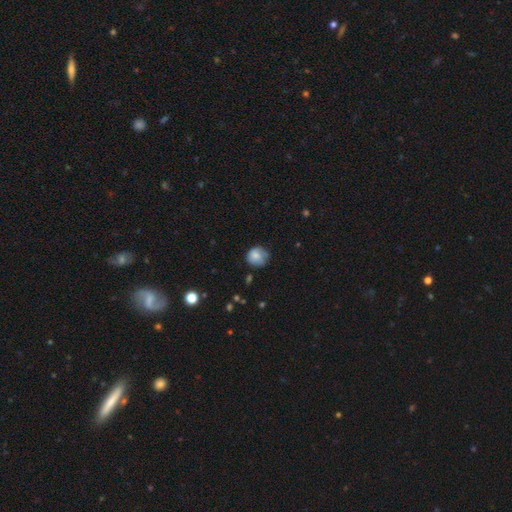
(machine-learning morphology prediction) smooth-or-featured: smooth: 80% | featured or disk: 12% | star or artifact: 8%
  how-rounded: round: 86% | in between: 13% | cigar-shaped: 1%
  merging: none: 68% | minor disturbance: 25% | major disturbance: 6% | merger: 2%